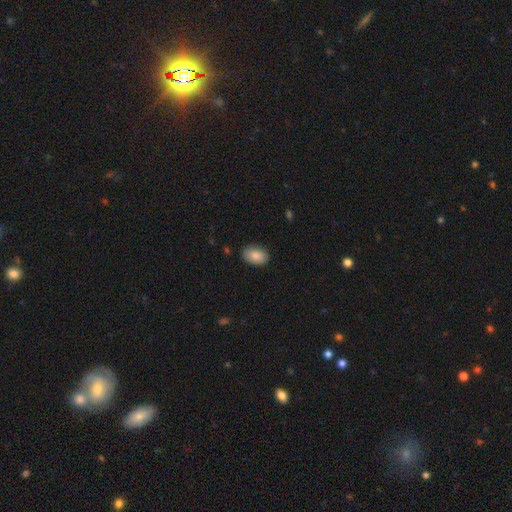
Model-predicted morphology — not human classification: Q: Smooth or featured?
A: smooth (86%); runner-up: featured or disk (7%)
Q: How rounded?
A: in between (90%); runner-up: round (9%)
Q: Merging?
A: none (85%); runner-up: minor disturbance (11%)